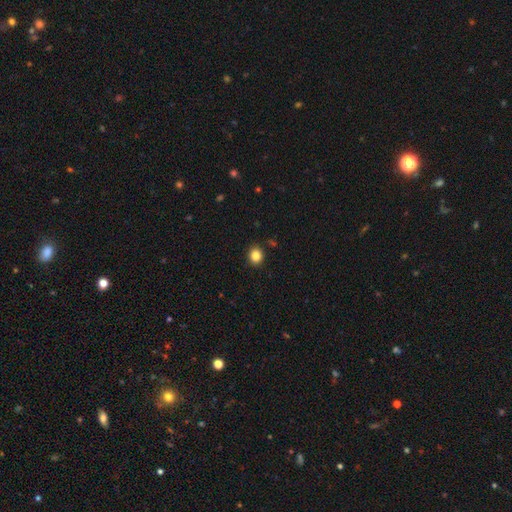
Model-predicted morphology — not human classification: smooth 85%, star or artifact 11%, featured or disk 5%. Down the decision tree: how rounded — round (70%); merging — none (90%).